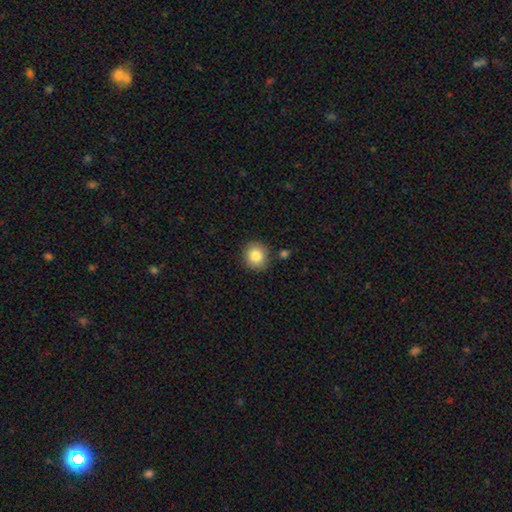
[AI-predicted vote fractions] This appears to be a smooth galaxy with no disk features (84%) that is round (89%). Merging: none (86%).